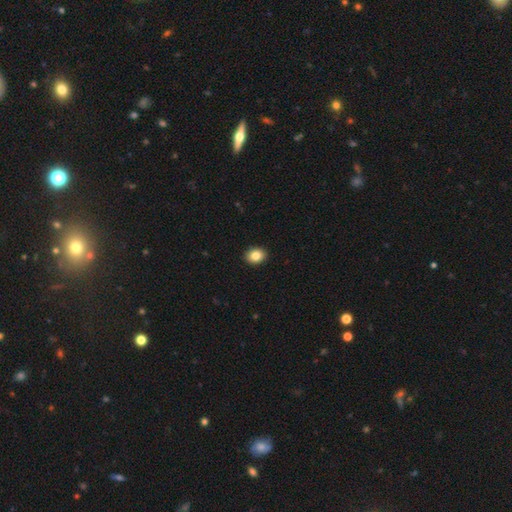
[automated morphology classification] Q: Smooth or featured?
A: smooth (85%); runner-up: star or artifact (9%)
Q: How rounded?
A: in between (54%); runner-up: round (45%)
Q: Merging?
A: none (92%); runner-up: minor disturbance (6%)